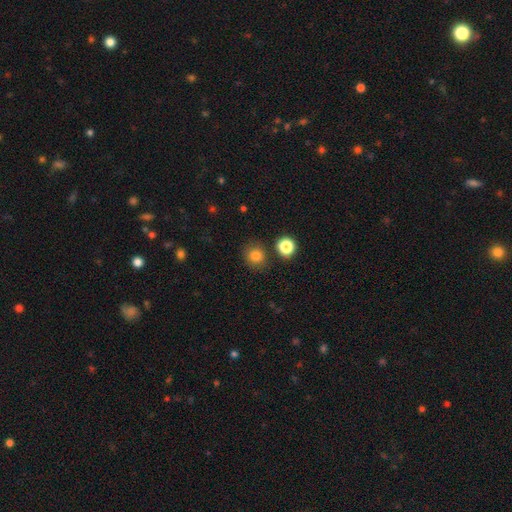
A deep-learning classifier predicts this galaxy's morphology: type=smooth (82%); roundness=round (85%); merging=none (82%).